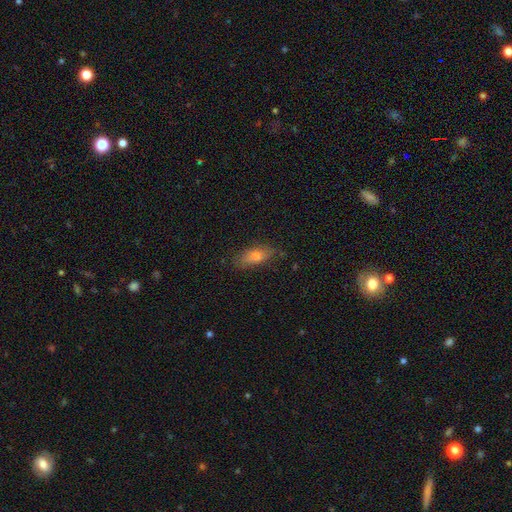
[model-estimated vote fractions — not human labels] smooth_or_featured: smooth (p=0.68) [alt: featured or disk p=0.22]
how_rounded: in between (p=0.67) [alt: cigar-shaped p=0.29]
merging: none (p=0.77) [alt: minor disturbance p=0.18]